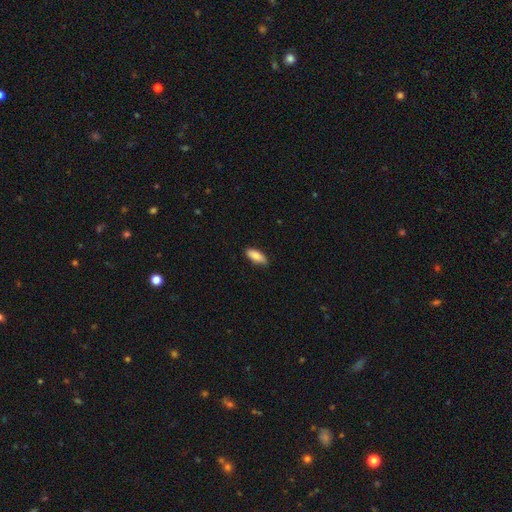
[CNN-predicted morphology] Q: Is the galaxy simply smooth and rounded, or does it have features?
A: smooth — 85%.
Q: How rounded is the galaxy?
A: in between — 80%.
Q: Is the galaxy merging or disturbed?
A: none — 84%.